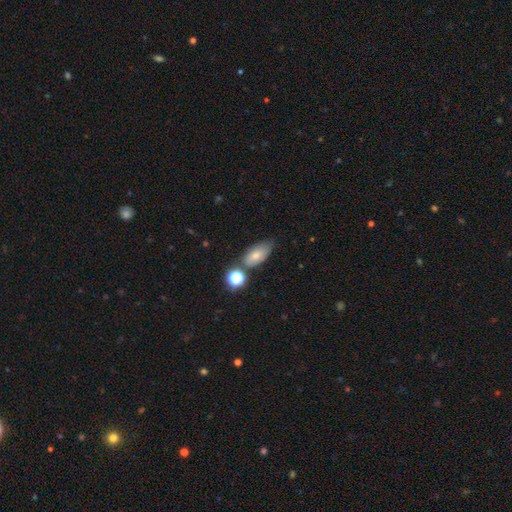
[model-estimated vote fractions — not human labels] smooth-or-featured: smooth: 72% | featured or disk: 17% | star or artifact: 11%
  how-rounded: in between: 85% | round: 8% | cigar-shaped: 7%
  merging: none: 62% | minor disturbance: 21% | merger: 11% | major disturbance: 6%